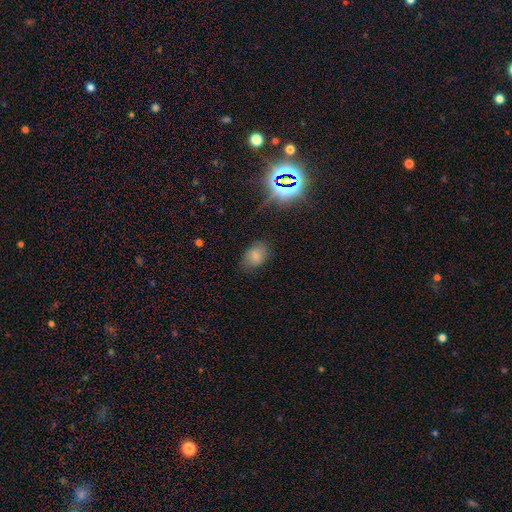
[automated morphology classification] Smooth or featured? smooth (74%)
How rounded? in between (75%)
Merging? none (75%)